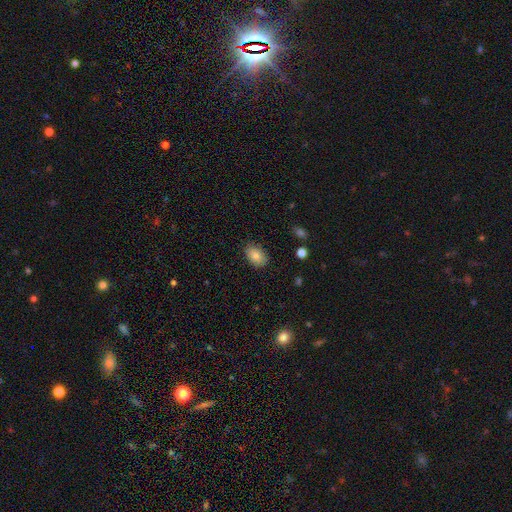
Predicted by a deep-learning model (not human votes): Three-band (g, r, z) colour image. It shows a smooth galaxy with no disk features (84%) that is in between round and cigar-shaped (86%). Merging: none (83%).